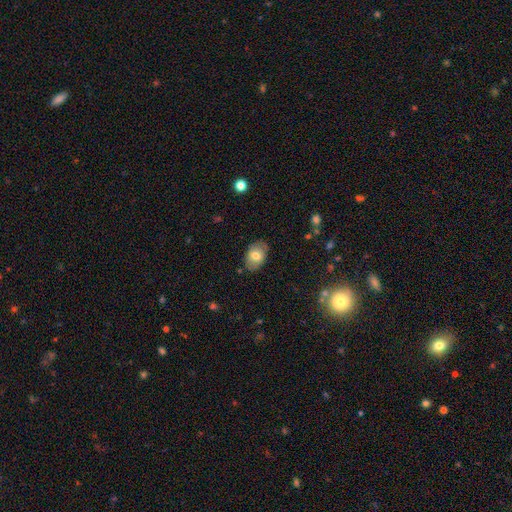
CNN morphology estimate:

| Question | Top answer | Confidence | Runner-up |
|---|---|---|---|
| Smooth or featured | smooth | 72% | featured or disk (20%) |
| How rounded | in between | 86% | round (13%) |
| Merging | none | 82% | minor disturbance (14%) |